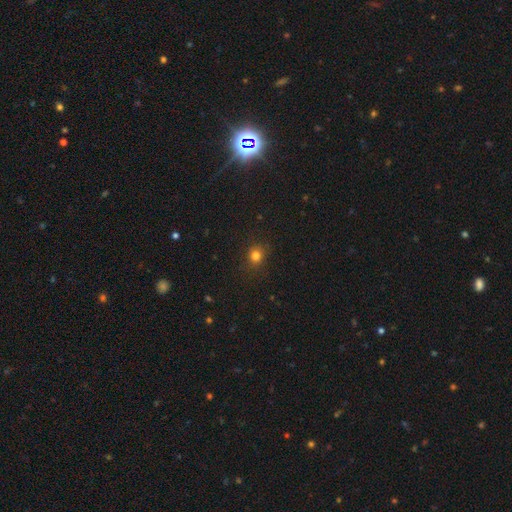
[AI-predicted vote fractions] smooth-or-featured: smooth: 80% | star or artifact: 15% | featured or disk: 5%
  how-rounded: round: 82% | in between: 17% | cigar-shaped: 1%
  merging: none: 86% | minor disturbance: 10% | major disturbance: 3% | merger: 1%